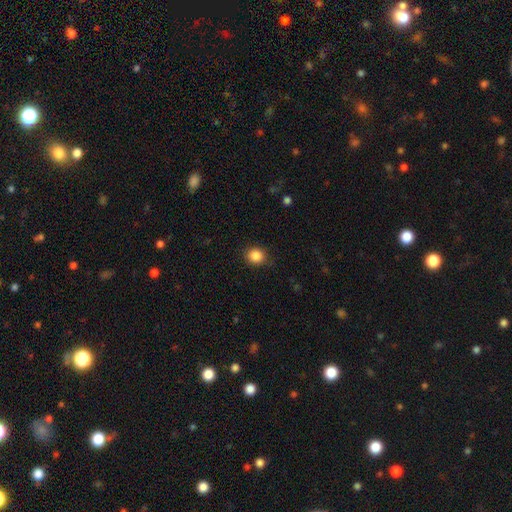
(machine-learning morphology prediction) Smooth or featured?
  - smooth: 87% *
  - star or artifact: 10%
  - featured or disk: 3%
How rounded?
  - round: 77% *
  - in between: 22%
  - cigar-shaped: 1%
Merging?
  - none: 86% *
  - minor disturbance: 10%
  - major disturbance: 3%
  - merger: 1%